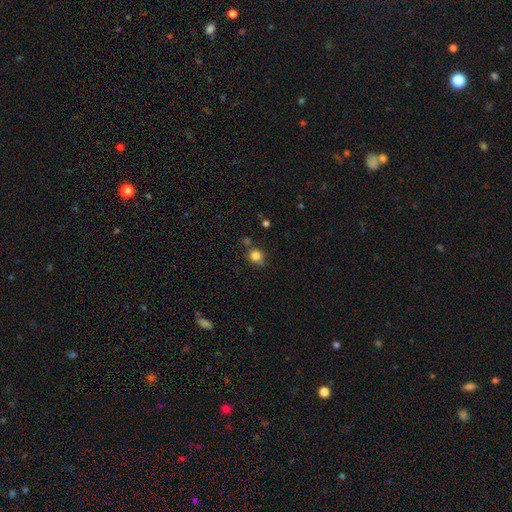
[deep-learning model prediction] Overall: smooth (82%). How rounded: round (86%). Merging: none (74%).